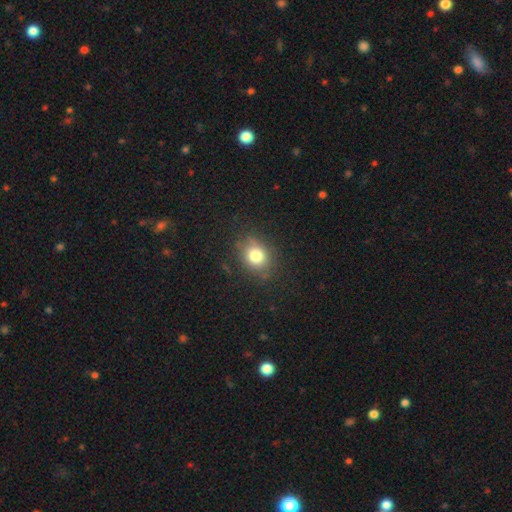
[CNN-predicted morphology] Smooth or featured? Predicted: smooth (p=0.77). How rounded? Predicted: round (p=0.59). Merging? Predicted: none (p=0.79).